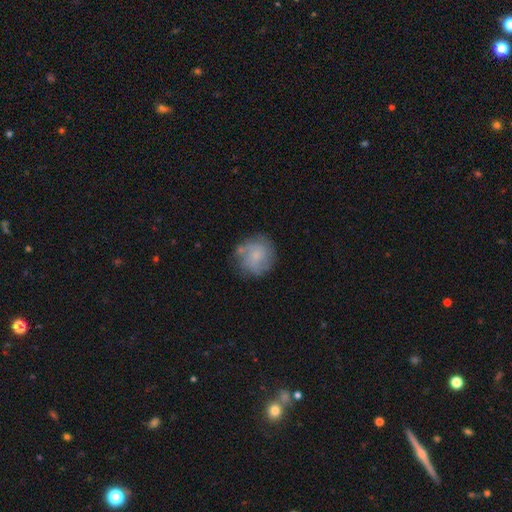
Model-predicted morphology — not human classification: Overall: smooth (50%; featured or disk 42%). How rounded: round (86%). Merging: none (69%).